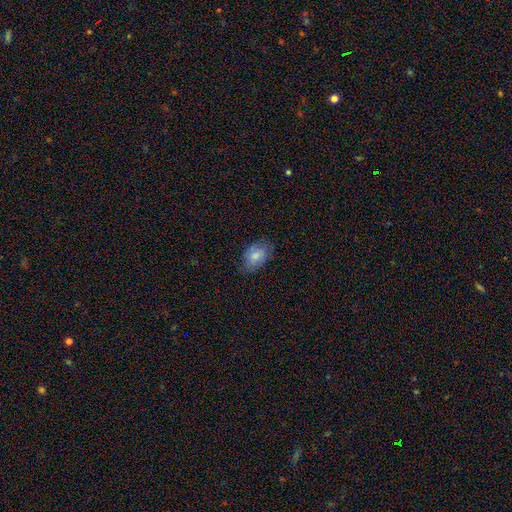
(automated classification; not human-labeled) Overall: smooth (75%). How rounded: in between (87%). Merging: none (72%).